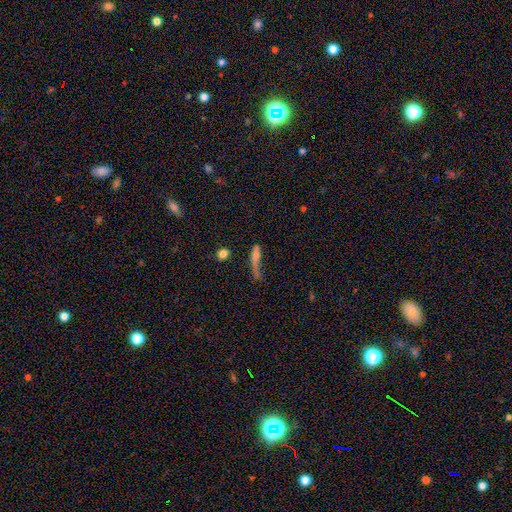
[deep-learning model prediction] A smooth galaxy with no disk features (45%). Merging: none (33%, tied with major disturbance).